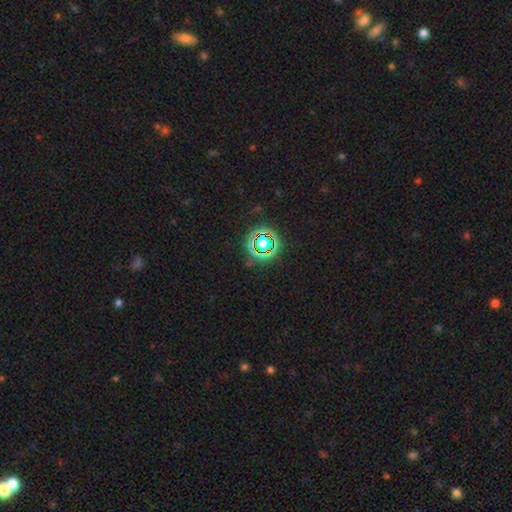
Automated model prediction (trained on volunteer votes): Smooth or featured? star or artifact (75%)